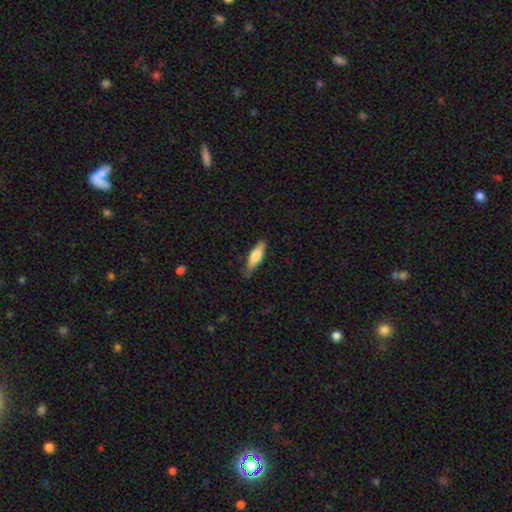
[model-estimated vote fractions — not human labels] smooth-or-featured: smooth: 70% | featured or disk: 24% | star or artifact: 6%
  how-rounded: cigar-shaped: 55% | in between: 43% | round: 2%
  merging: none: 73% | minor disturbance: 22% | major disturbance: 4% | merger: 1%